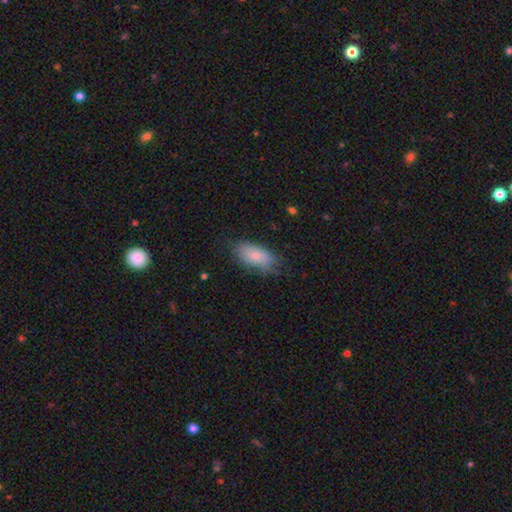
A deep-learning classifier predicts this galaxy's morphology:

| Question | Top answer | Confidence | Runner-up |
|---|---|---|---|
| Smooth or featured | smooth | 77% | featured or disk (16%) |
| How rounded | in between | 91% | cigar-shaped (5%) |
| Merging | none | 65% | minor disturbance (26%) |